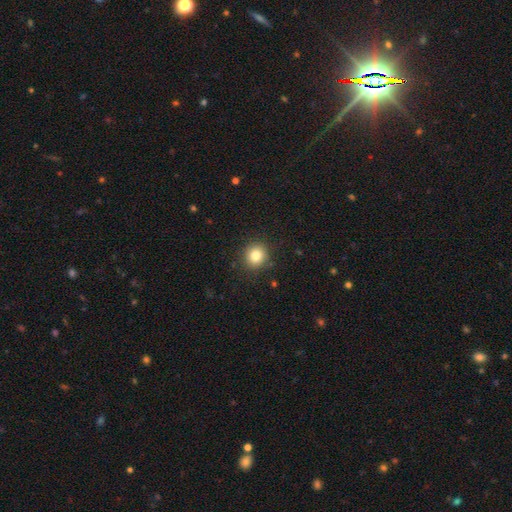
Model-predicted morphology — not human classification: Smooth or featured? Predicted: smooth (p=0.82). How rounded? Predicted: round (p=0.89). Merging? Predicted: none (p=0.90).